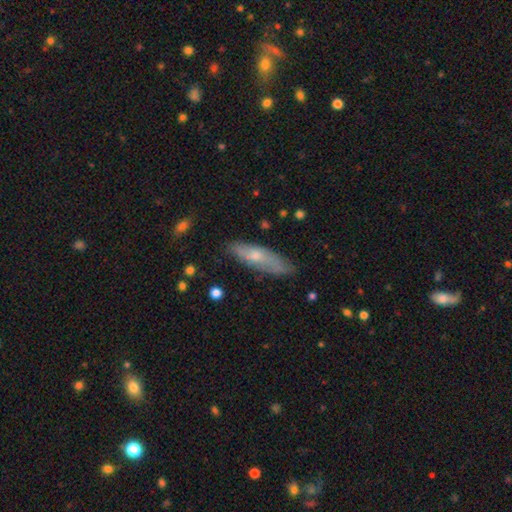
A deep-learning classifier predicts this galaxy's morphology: Smooth or featured: smooth — 55% (featured or disk — 38%)
How rounded: cigar-shaped — 60% (in between — 38%)
Merging: none — 74% (minor disturbance — 20%)